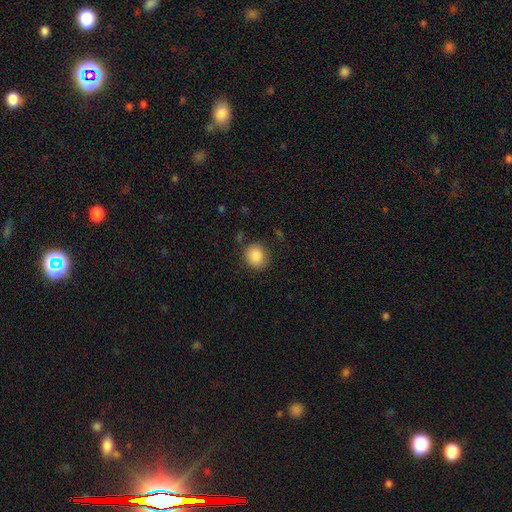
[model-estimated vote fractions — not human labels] A smooth galaxy with no disk features (87%) that is round (84%).

Vote fractions:
- Smooth or featured? smooth: 87% / star or artifact: 9% / featured or disk: 4%
- How rounded? round: 84% / in between: 15% / cigar-shaped: 1%
- Merging? none: 83% / minor disturbance: 11% / major disturbance: 3% / merger: 2%